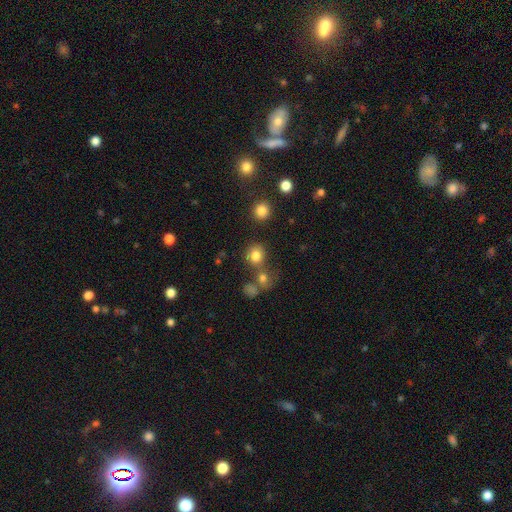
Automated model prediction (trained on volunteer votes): Smooth or featured? Predicted: smooth (p=0.80). How rounded? Predicted: round (p=0.81). Merging? Predicted: none (p=0.65).